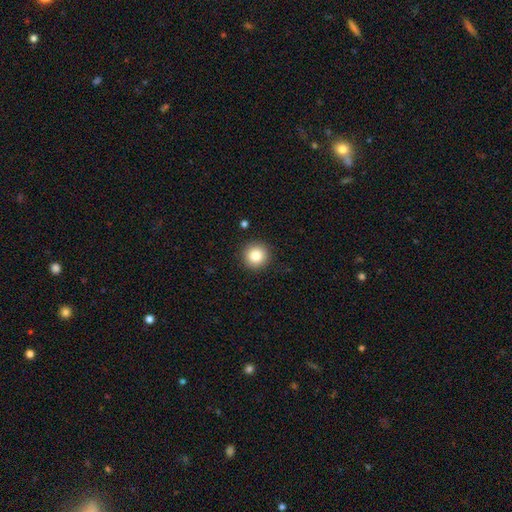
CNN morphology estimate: Q: Smooth or featured?
A: smooth (84%); runner-up: star or artifact (10%)
Q: How rounded?
A: round (95%); runner-up: in between (4%)
Q: Merging?
A: none (91%); runner-up: minor disturbance (6%)